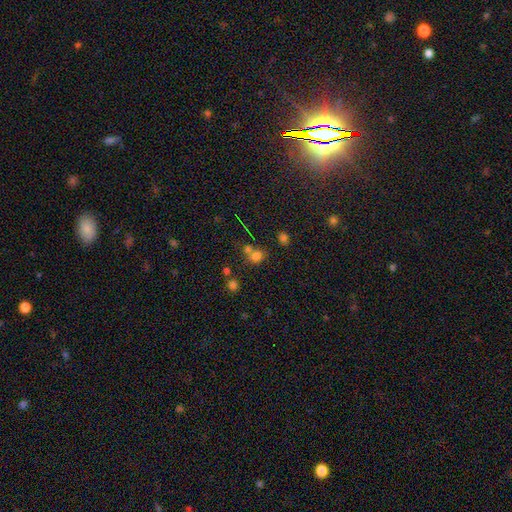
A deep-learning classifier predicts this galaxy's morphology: type=smooth (63%); roundness=round (72%); merging=none (57%).